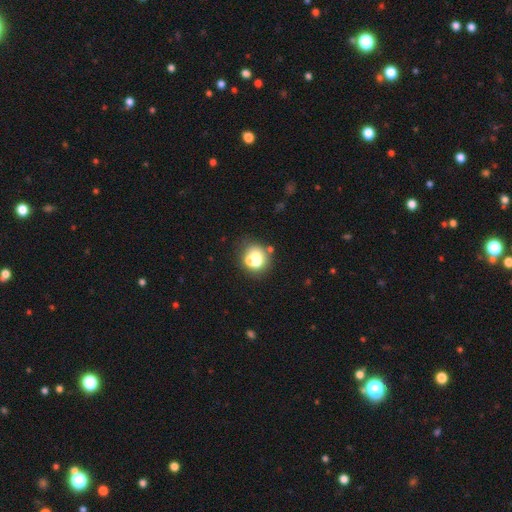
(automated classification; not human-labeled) Smooth or featured? Predicted: smooth (p=0.62). How rounded? Predicted: round (p=0.71). Merging? Predicted: none (p=0.46).